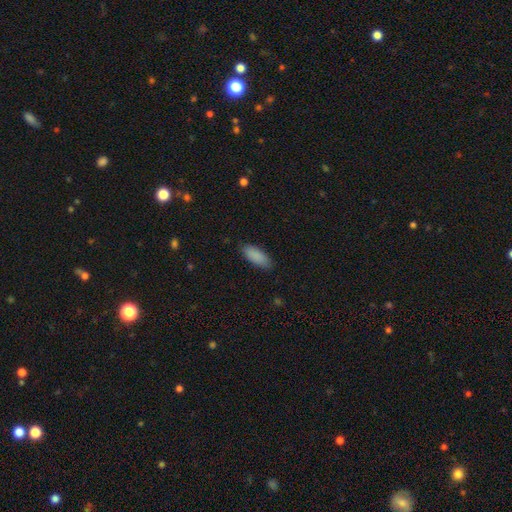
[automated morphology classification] Smooth or featured? Predicted: smooth (p=0.89). How rounded? Predicted: in between (p=0.78). Merging? Predicted: none (p=0.85).